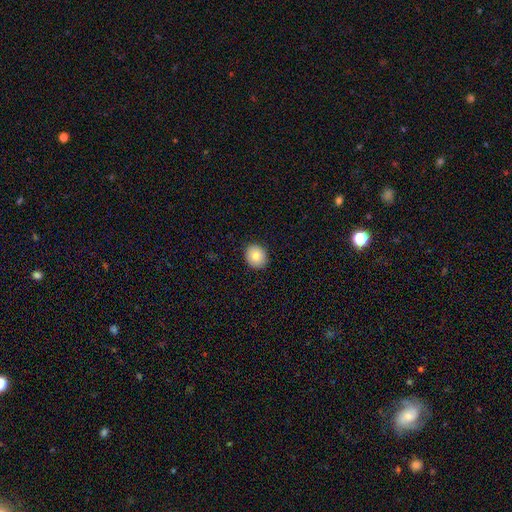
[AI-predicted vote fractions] smooth 83%, featured or disk 9%, star or artifact 8%. Down the decision tree: how rounded — round (69%); merging — none (90%).